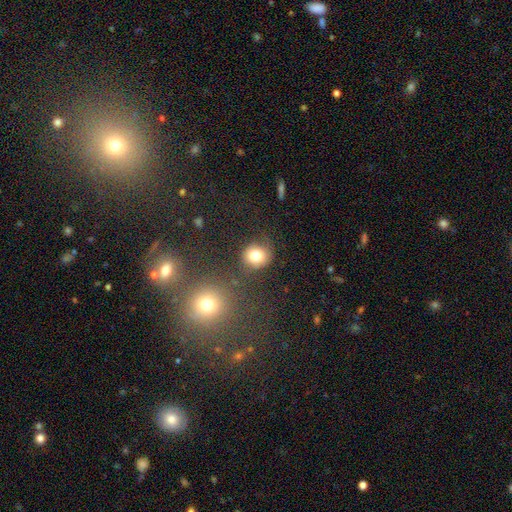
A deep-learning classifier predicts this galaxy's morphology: type=smooth (80%); roundness=round (83%); merging=none (75%).